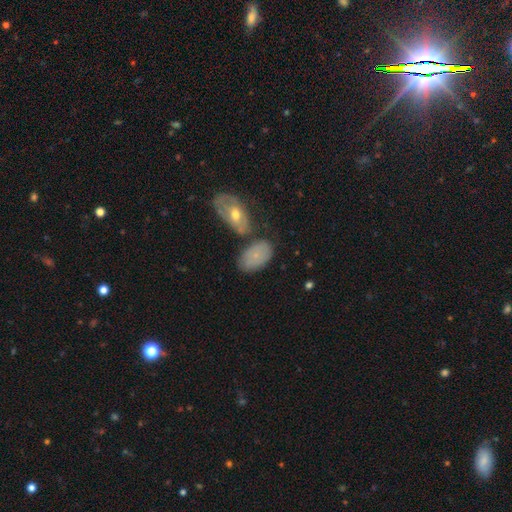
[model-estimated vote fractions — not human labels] smooth_or_featured: smooth (p=0.68) [alt: featured or disk p=0.25]
how_rounded: in between (p=0.92) [alt: round p=0.06]
merging: none (p=0.53) [alt: merger p=0.21]